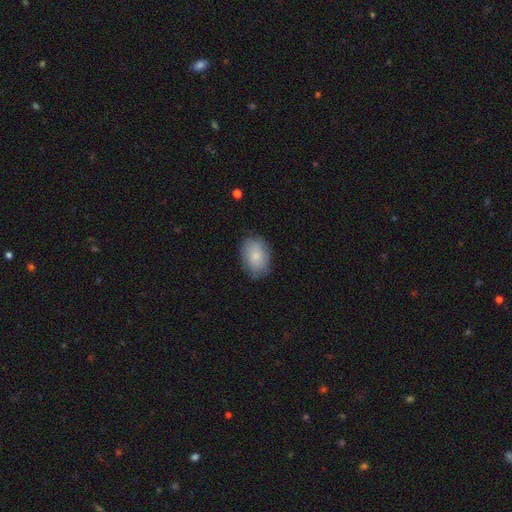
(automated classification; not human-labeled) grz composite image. It shows a smooth galaxy with no disk features (81%) that is in between round and cigar-shaped (79%). Merging: none (80%).